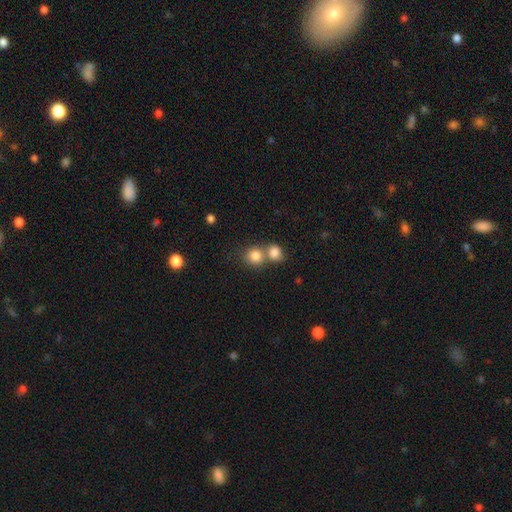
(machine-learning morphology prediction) The model was most divided on "merging": merger: 49%, none: 42%, minor disturbance: 6%, major disturbance: 3%. More confident: how rounded — round (83%); smooth or featured — smooth (82%).